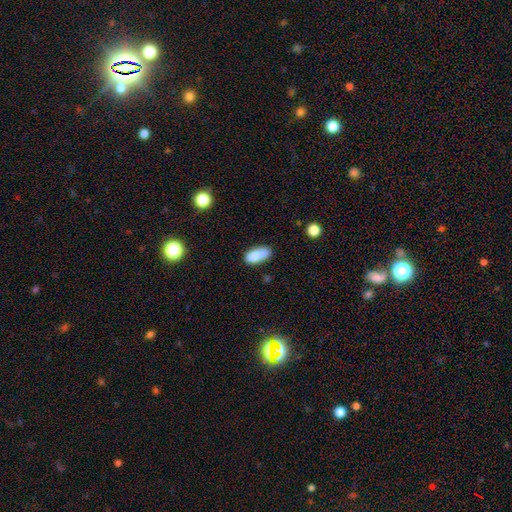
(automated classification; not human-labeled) smooth_or_featured: smooth (p=0.83) [alt: star or artifact p=0.08]
how_rounded: in between (p=0.78) [alt: cigar-shaped p=0.19]
merging: none (p=0.63) [alt: minor disturbance p=0.26]